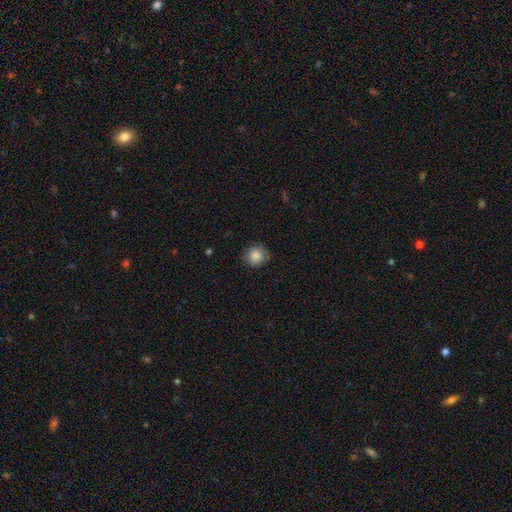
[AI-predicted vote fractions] smooth_or_featured: smooth (p=0.87) [alt: star or artifact p=0.09]
how_rounded: round (p=0.89) [alt: in between p=0.10]
merging: none (p=0.82) [alt: minor disturbance p=0.14]